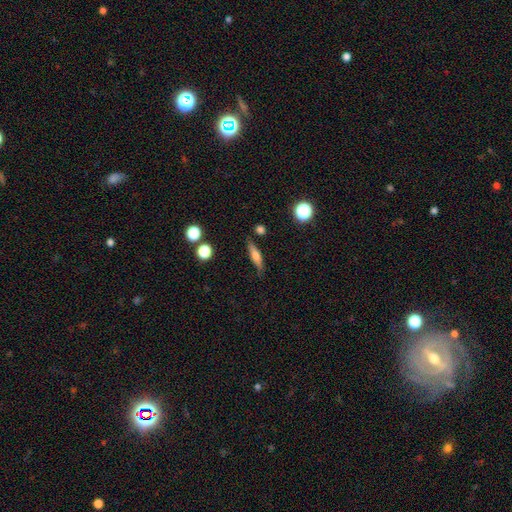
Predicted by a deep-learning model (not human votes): A smooth galaxy with no disk features (51%) that is cigar-shaped (74%).

Vote fractions:
- Smooth or featured? smooth: 51% / featured or disk: 40% / star or artifact: 9%
- How rounded? cigar-shaped: 74% / in between: 21% / round: 5%
- Merging? none: 81% / minor disturbance: 13% / major disturbance: 3% / merger: 3%